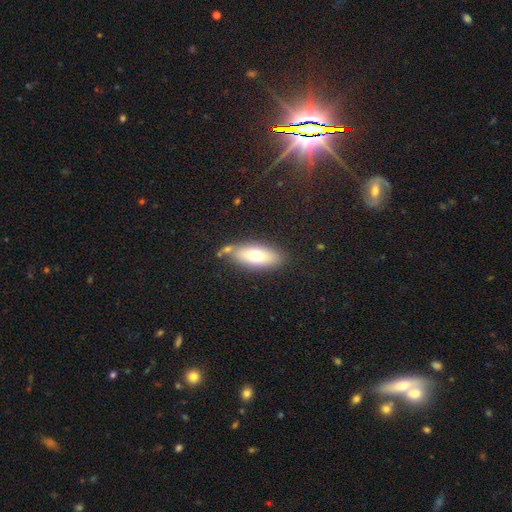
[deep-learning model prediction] smooth 71%, featured or disk 22%, star or artifact 7%. Down the decision tree: how rounded — in between (81%); merging — none (71%).